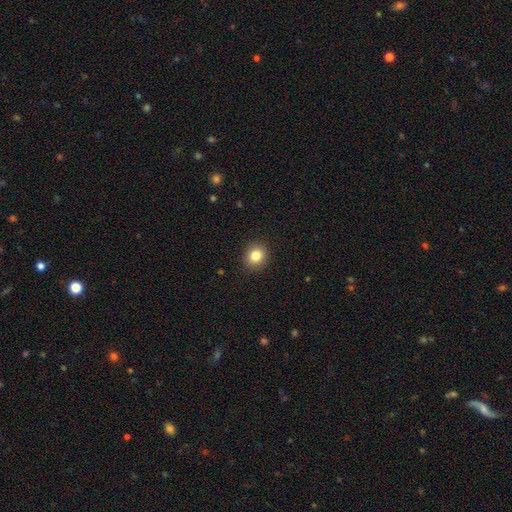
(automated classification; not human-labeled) Overall: smooth (83%). How rounded: round (79%). Merging: none (91%).